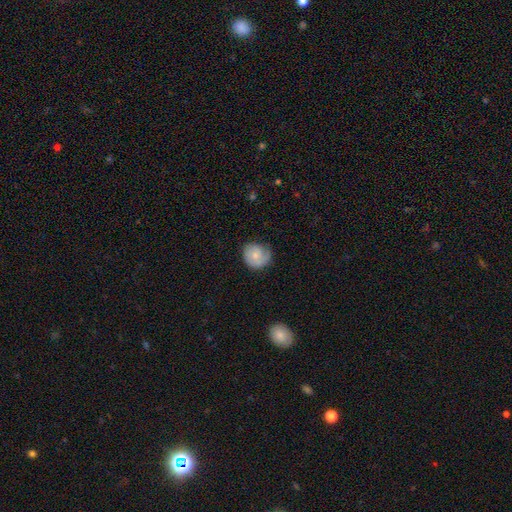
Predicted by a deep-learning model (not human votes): Q: Smooth or featured?
A: smooth (67%); runner-up: featured or disk (26%)
Q: How rounded?
A: round (82%); runner-up: in between (17%)
Q: Merging?
A: none (62%); runner-up: minor disturbance (28%)